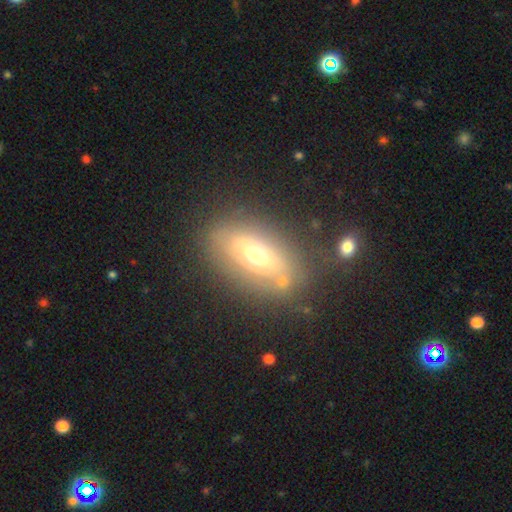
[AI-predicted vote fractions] Overall: featured or disk (46%; smooth 43%). Merging: none (73%).